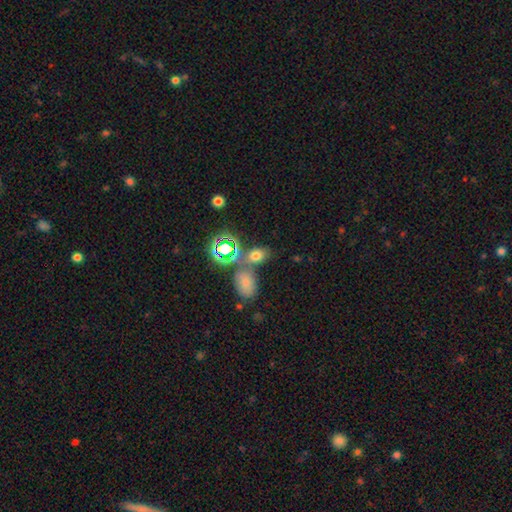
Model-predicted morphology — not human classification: Q: Smooth or featured?
A: smooth (64%); runner-up: star or artifact (26%)
Q: How rounded?
A: in between (80%); runner-up: round (18%)
Q: Merging?
A: none (58%); runner-up: merger (27%)